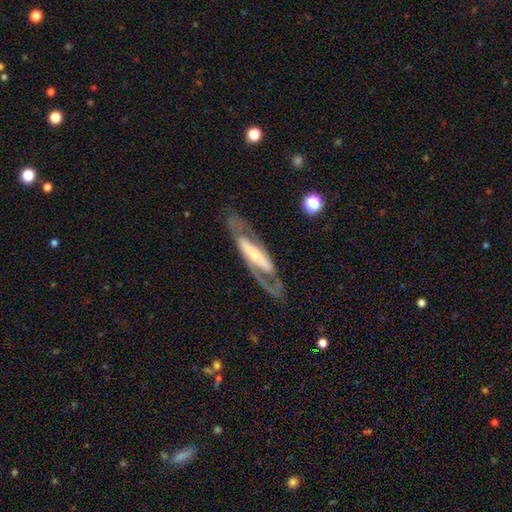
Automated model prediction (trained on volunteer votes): smooth-or-featured: featured or disk: 81% | smooth: 14% | star or artifact: 5%
  disk-edge-on: no: 77% | yes: 23%
    bar: strong: 63% | weak: 19% | no: 18%
    has-spiral-arms: yes: 75% | no: 25%
    bulge-size: small: 51% | moderate: 35% | large: 9% | none: 3% | dominant: 2%
  merging: none: 71% | minor disturbance: 14% | major disturbance: 12% | merger: 2%